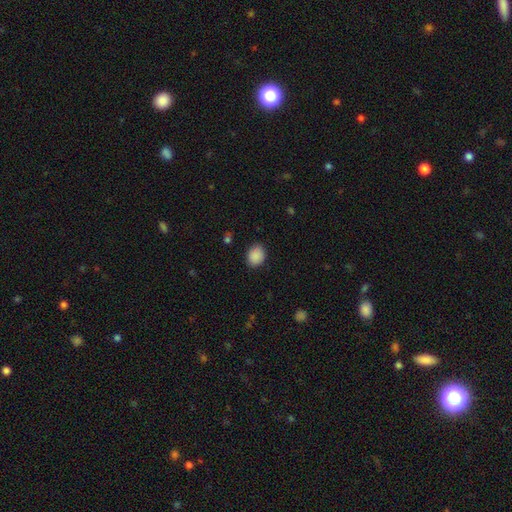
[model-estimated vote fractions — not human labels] smooth_or_featured: smooth (p=0.89) [alt: star or artifact p=0.08]
how_rounded: in between (p=0.50) [alt: round p=0.49]
merging: none (p=0.84) [alt: minor disturbance p=0.12]